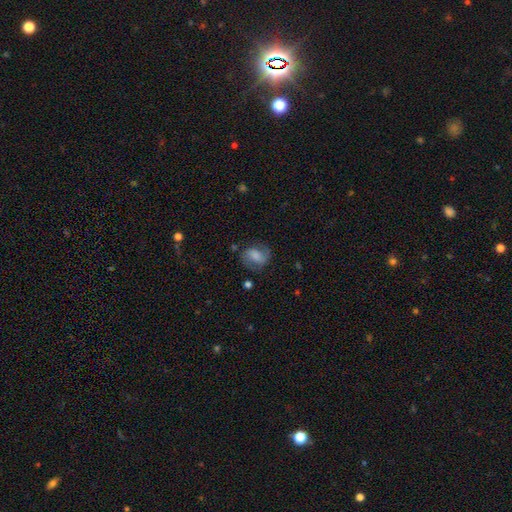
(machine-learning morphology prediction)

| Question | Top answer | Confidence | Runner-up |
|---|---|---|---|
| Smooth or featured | smooth | 47% | featured or disk (43%) |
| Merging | none | 68% | minor disturbance (19%) |